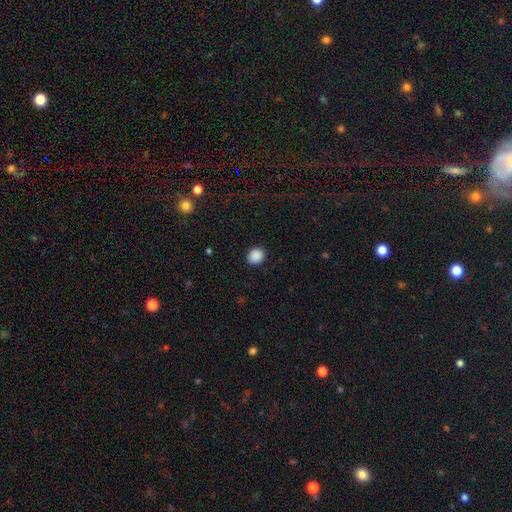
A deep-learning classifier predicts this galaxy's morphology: Smooth or featured? Predicted: smooth (p=0.89). How rounded? Predicted: round (p=0.80). Merging? Predicted: none (p=0.91).